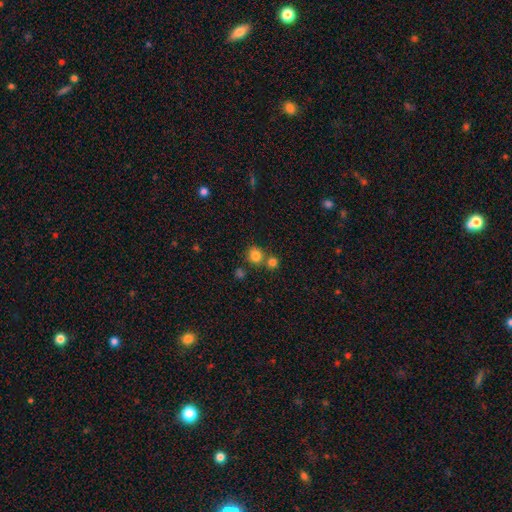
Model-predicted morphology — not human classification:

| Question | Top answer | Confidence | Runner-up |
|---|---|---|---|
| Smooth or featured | smooth | 80% | star or artifact (14%) |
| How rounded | round | 88% | in between (11%) |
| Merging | none | 64% | merger (25%) |